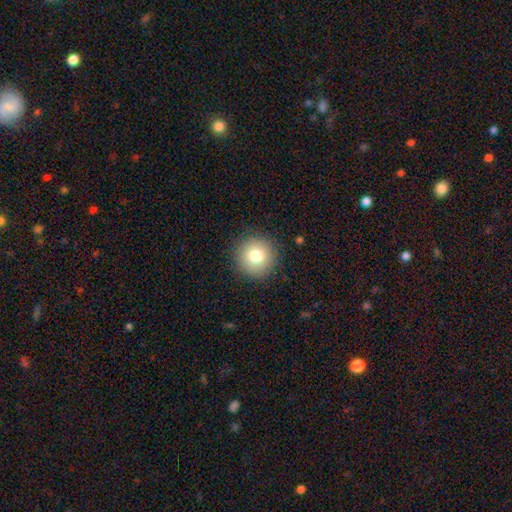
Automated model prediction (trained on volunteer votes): A smooth galaxy with no disk features (79%) that is round (94%).

Vote fractions:
- Smooth or featured? smooth: 79% / star or artifact: 11% / featured or disk: 10%
- How rounded? round: 94% / in between: 5% / cigar-shaped: 1%
- Merging? none: 90% / minor disturbance: 7% / major disturbance: 2% / merger: 1%